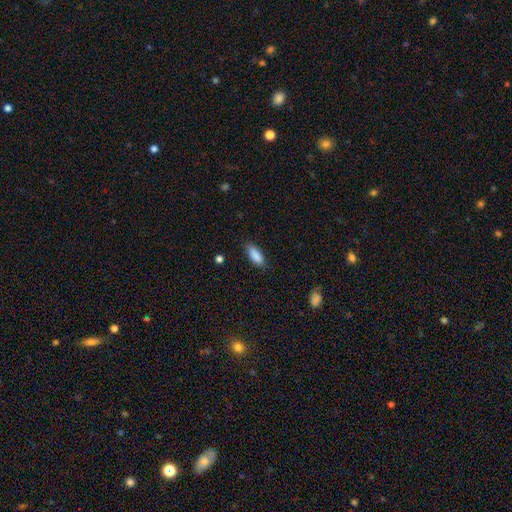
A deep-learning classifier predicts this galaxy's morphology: A smooth galaxy with no disk features (88%) that is in between round and cigar-shaped (78%). Merging: none (83%).